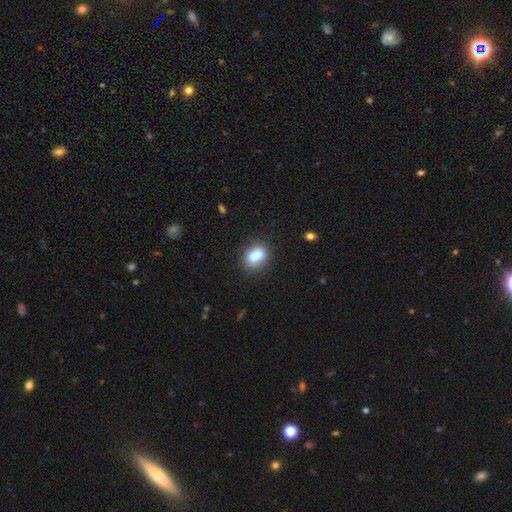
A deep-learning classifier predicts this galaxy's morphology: Q: Smooth or featured?
A: smooth (84%); runner-up: star or artifact (9%)
Q: How rounded?
A: in between (72%); runner-up: round (26%)
Q: Merging?
A: none (79%); runner-up: minor disturbance (14%)